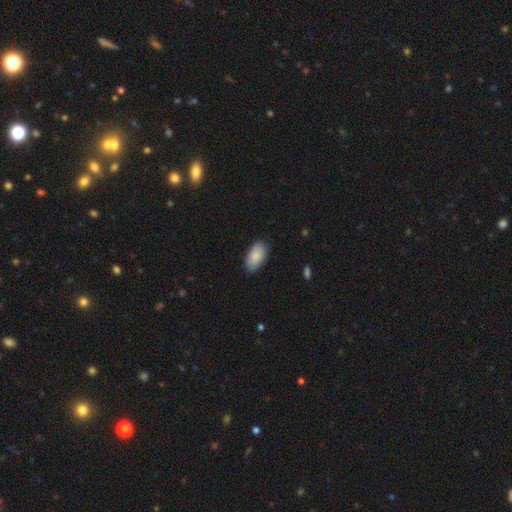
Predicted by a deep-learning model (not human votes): smooth 87%, featured or disk 7%, star or artifact 6%. Down the decision tree: how rounded — in between (95%); merging — none (84%).